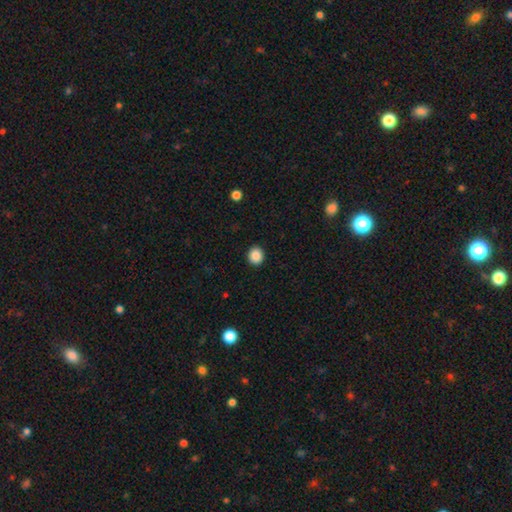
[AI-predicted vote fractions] smooth-or-featured: smooth: 88% | star or artifact: 9% | featured or disk: 3%
  how-rounded: round: 85% | in between: 14% | cigar-shaped: 1%
  merging: none: 92% | minor disturbance: 5% | major disturbance: 2% | merger: 1%